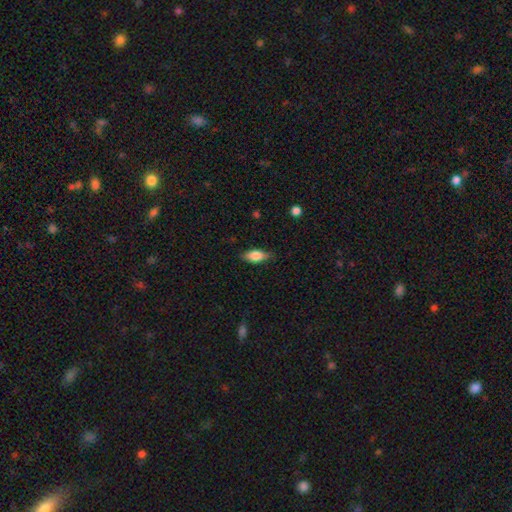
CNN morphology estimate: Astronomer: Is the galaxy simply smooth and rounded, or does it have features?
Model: smooth — 71%.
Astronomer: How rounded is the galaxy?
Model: in between — 83%.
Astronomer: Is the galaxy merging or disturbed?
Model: none — 81%.